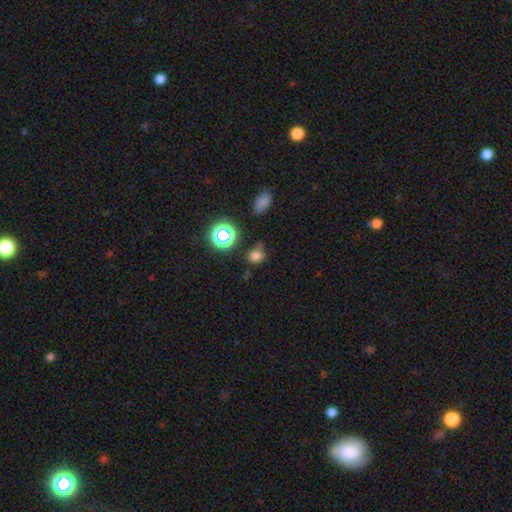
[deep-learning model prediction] smooth 69%, star or artifact 25%, featured or disk 6%. Down the decision tree: how rounded — round (68%); merging — none (66%).